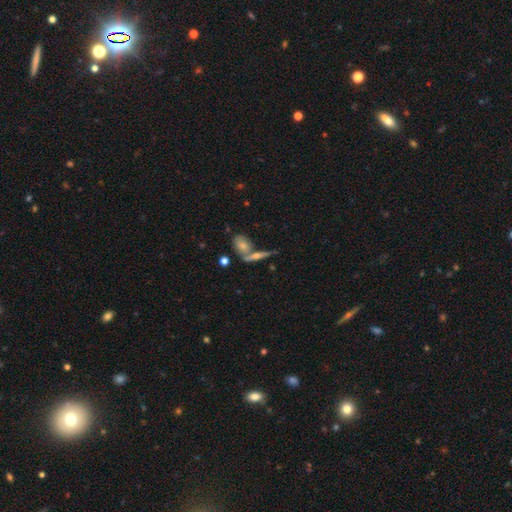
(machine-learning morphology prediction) A featured or disk galaxy (53%) viewed edge-on (90%). Merging: none (60%).